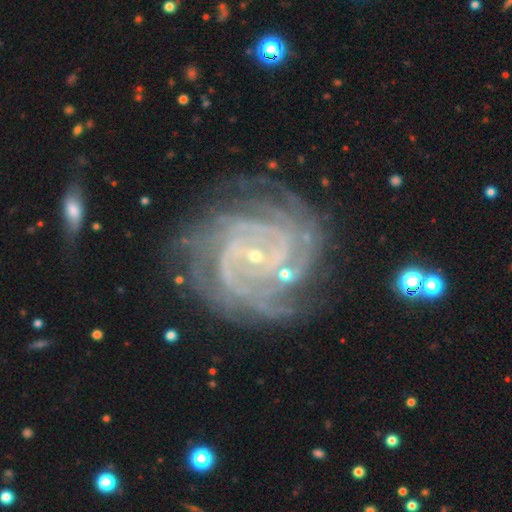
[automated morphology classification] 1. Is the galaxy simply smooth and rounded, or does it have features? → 91% featured or disk, 6% star or artifact, 4% smooth.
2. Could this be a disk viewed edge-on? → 98% no, 2% yes.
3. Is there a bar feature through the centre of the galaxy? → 56% no, 30% weak, 14% strong.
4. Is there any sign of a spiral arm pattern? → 98% yes, 2% no.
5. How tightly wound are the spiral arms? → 75% tight, 22% medium, 3% loose.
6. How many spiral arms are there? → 27% 4, 18% 3, 18% can't tell, 17% more than 4, 13% 2, 8% 1.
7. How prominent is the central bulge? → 87% small, 9% moderate, 2% none, 1% large, 1% dominant.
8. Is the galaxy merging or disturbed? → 71% none, 17% minor disturbance, 8% major disturbance, 4% merger.